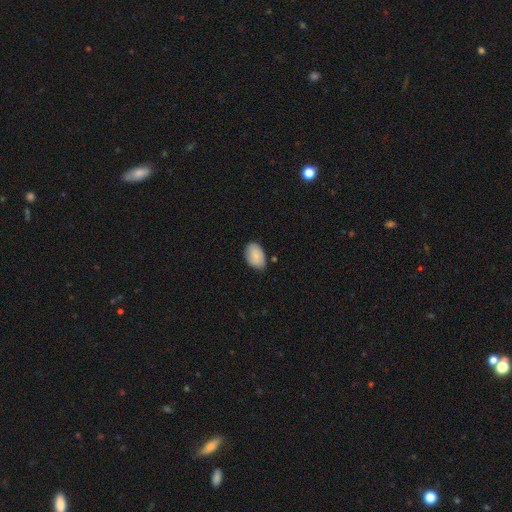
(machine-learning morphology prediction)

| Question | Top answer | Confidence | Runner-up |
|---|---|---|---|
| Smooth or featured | smooth | 82% | featured or disk (11%) |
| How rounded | in between | 90% | round (9%) |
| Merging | none | 75% | minor disturbance (19%) |